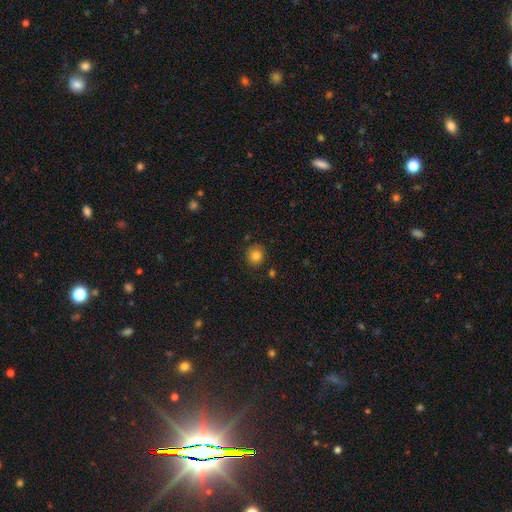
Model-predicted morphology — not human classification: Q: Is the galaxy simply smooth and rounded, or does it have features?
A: smooth — 84%.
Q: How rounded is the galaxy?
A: round — 86%.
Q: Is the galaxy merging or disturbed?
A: none — 86%.